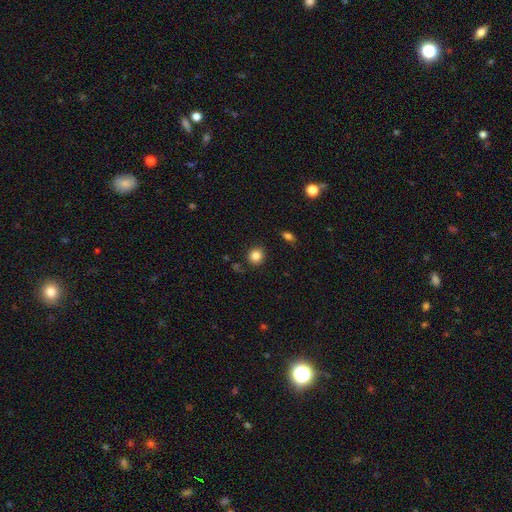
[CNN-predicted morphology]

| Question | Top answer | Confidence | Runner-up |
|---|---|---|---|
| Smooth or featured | smooth | 84% | star or artifact (11%) |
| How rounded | round | 86% | in between (14%) |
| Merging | none | 85% | minor disturbance (9%) |